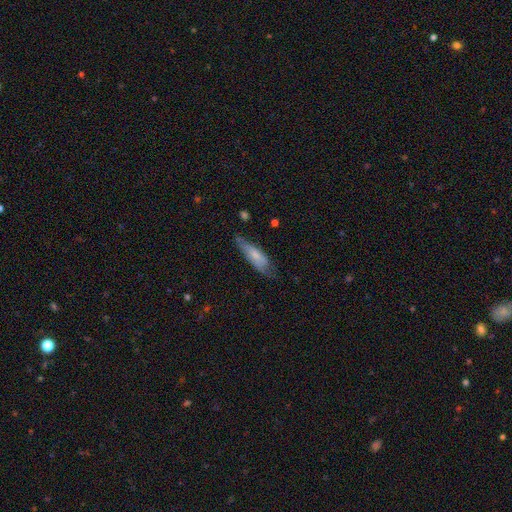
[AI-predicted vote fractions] smooth_or_featured: smooth (p=0.53) [alt: featured or disk p=0.40]
how_rounded: cigar-shaped (p=0.57) [alt: in between p=0.41]
merging: none (p=0.59) [alt: minor disturbance p=0.29]